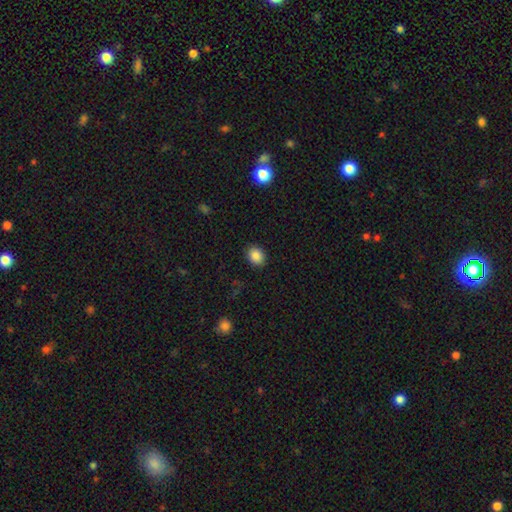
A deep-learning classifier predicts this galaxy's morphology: A smooth galaxy with no disk features (86%) that is round (56%).

Vote fractions:
- Smooth or featured? smooth: 86% / star or artifact: 10% / featured or disk: 5%
- How rounded? round: 56% / in between: 43% / cigar-shaped: 1%
- Merging? none: 90% / minor disturbance: 7% / major disturbance: 2% / merger: 1%